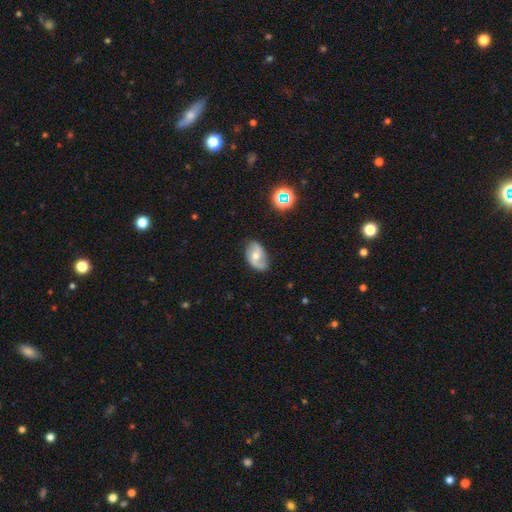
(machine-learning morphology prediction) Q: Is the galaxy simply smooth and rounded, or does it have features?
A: featured or disk — 59%.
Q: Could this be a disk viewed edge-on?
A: no — 95%.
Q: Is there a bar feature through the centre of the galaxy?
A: no — 54%.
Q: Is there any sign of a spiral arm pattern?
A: yes — 84%.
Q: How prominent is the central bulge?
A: moderate — 62%.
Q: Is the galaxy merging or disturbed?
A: none — 74%.